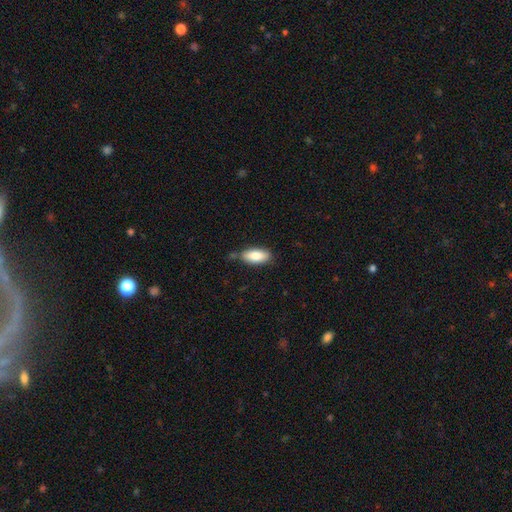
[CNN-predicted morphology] Q: Smooth or featured?
A: smooth (84%); runner-up: featured or disk (10%)
Q: How rounded?
A: in between (85%); runner-up: cigar-shaped (13%)
Q: Merging?
A: none (74%); runner-up: minor disturbance (18%)